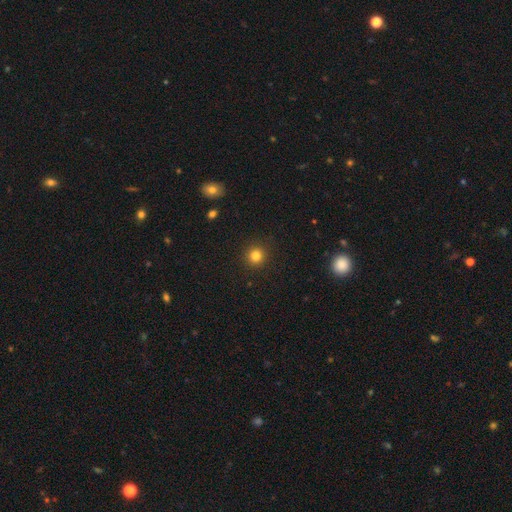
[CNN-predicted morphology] Q: Smooth or featured?
A: smooth (82%); runner-up: star or artifact (13%)
Q: How rounded?
A: round (94%); runner-up: in between (5%)
Q: Merging?
A: none (91%); runner-up: minor disturbance (5%)